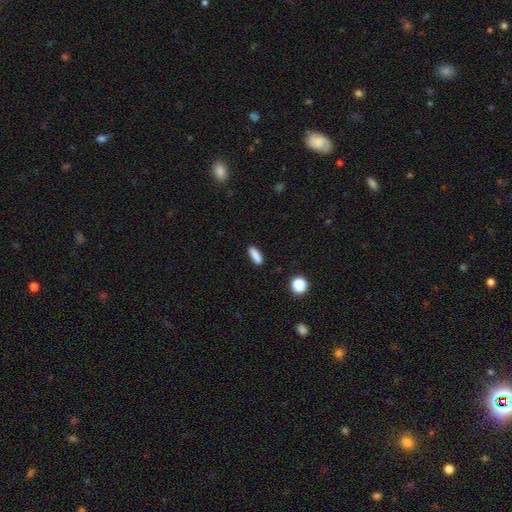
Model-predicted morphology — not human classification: smooth-or-featured: smooth: 85% | star or artifact: 9% | featured or disk: 6%
  how-rounded: cigar-shaped: 50% | in between: 47% | round: 3%
  merging: none: 86% | minor disturbance: 10% | major disturbance: 2% | merger: 2%